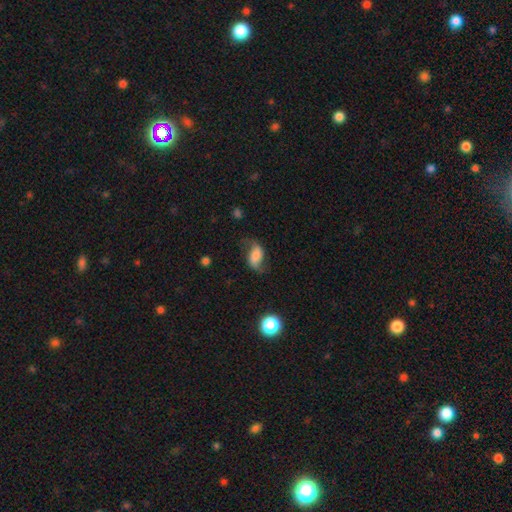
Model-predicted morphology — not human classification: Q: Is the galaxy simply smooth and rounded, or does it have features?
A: featured or disk — 50%.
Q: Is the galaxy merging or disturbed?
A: none — 60%.